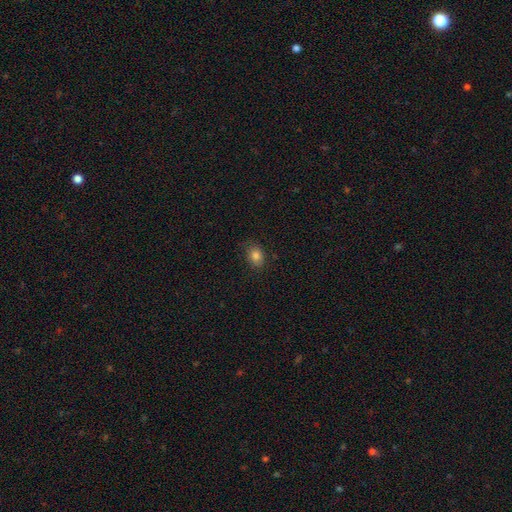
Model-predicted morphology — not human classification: This is clearly a smooth galaxy (81%). How rounded: possibly in between (53%). Merging: likely none (78%).